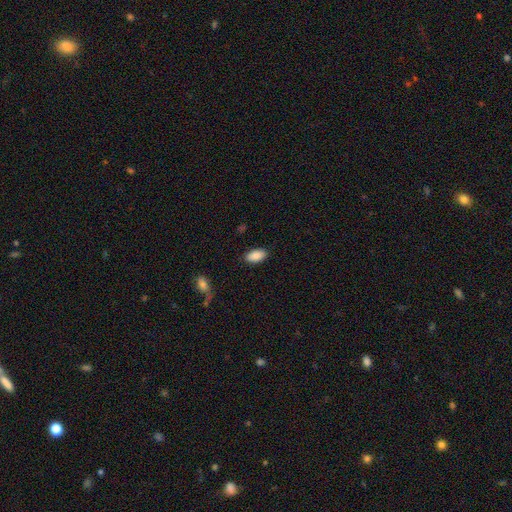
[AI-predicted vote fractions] Q: Smooth or featured?
A: smooth (89%); runner-up: star or artifact (7%)
Q: How rounded?
A: in between (94%); runner-up: cigar-shaped (4%)
Q: Merging?
A: none (87%); runner-up: minor disturbance (10%)